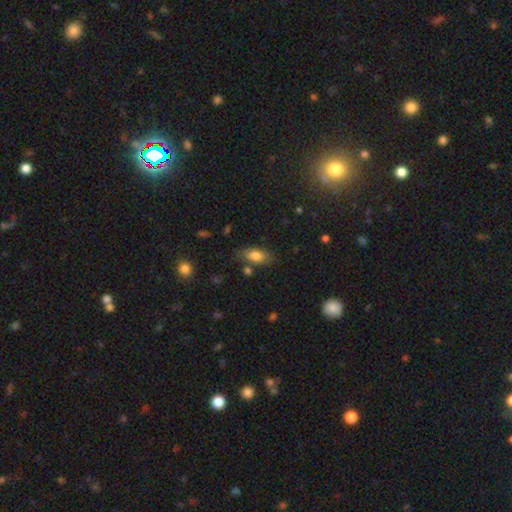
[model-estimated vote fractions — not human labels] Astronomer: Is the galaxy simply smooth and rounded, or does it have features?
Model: smooth — 79%.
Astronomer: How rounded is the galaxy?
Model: in between — 85%.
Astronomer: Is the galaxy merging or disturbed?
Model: none — 75%.